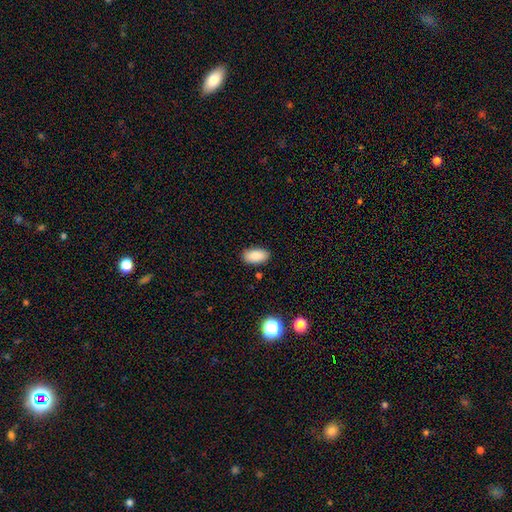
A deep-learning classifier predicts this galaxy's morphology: This appears to be a smooth galaxy with no disk features (88%) that is in between round and cigar-shaped (94%). Merging: none (86%).